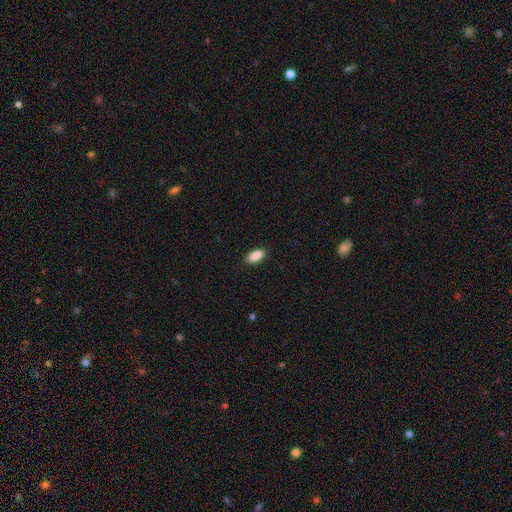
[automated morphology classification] A smooth galaxy with no disk features (90%) that is in between round and cigar-shaped (90%).

Vote fractions:
- Smooth or featured? smooth: 90% / star or artifact: 7% / featured or disk: 4%
- How rounded? in between: 90% / cigar-shaped: 8% / round: 3%
- Merging? none: 88% / minor disturbance: 9% / major disturbance: 2% / merger: 1%